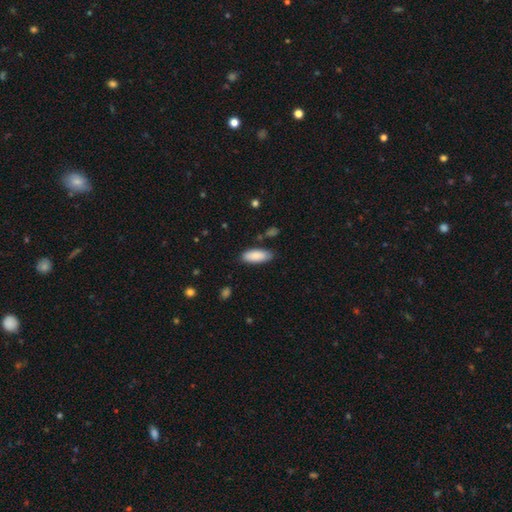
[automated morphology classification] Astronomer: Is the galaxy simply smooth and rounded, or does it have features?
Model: smooth — 88%.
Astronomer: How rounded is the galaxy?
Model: in between — 82%.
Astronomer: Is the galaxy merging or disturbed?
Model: none — 83%.